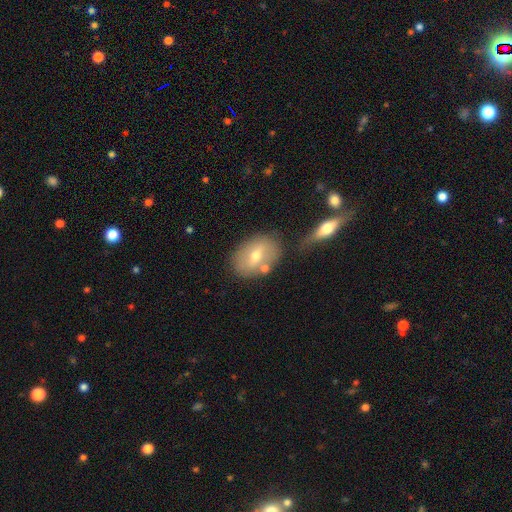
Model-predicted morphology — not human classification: This appears to be a smooth galaxy with no disk features (56%) that is in between round and cigar-shaped (73%). Merging: none (69%).